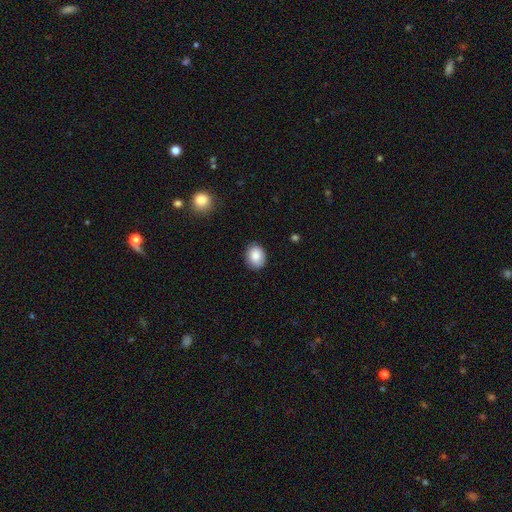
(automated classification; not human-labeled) Smooth or featured?
  - smooth: 86% *
  - star or artifact: 8%
  - featured or disk: 7%
How rounded?
  - in between: 59% *
  - round: 40%
  - cigar-shaped: 1%
Merging?
  - none: 86% *
  - minor disturbance: 11%
  - major disturbance: 2%
  - merger: 1%